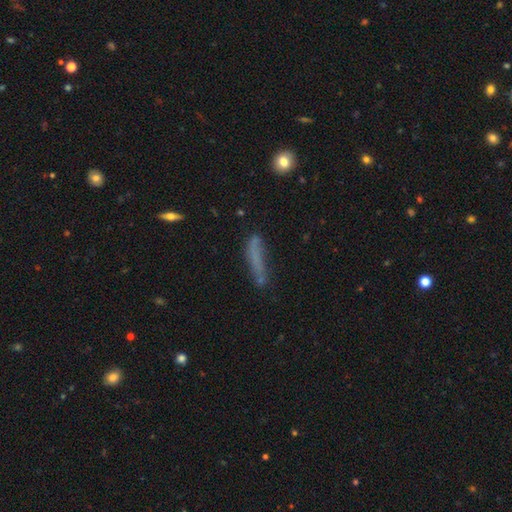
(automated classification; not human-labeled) smooth-or-featured: smooth: 61% | featured or disk: 26% | star or artifact: 12%
  how-rounded: cigar-shaped: 87% | in between: 11% | round: 2%
  merging: none: 55% | minor disturbance: 25% | major disturbance: 13% | merger: 7%